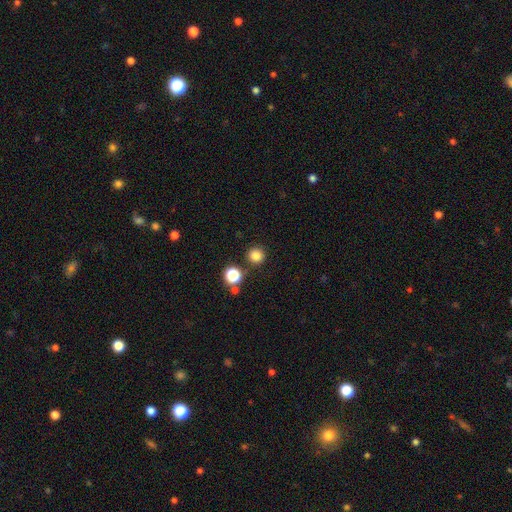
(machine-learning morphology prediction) Smooth or featured?
  - smooth: 82% *
  - star or artifact: 14%
  - featured or disk: 4%
How rounded?
  - round: 94% *
  - in between: 5%
  - cigar-shaped: 1%
Merging?
  - none: 86% *
  - minor disturbance: 7%
  - merger: 5%
  - major disturbance: 2%